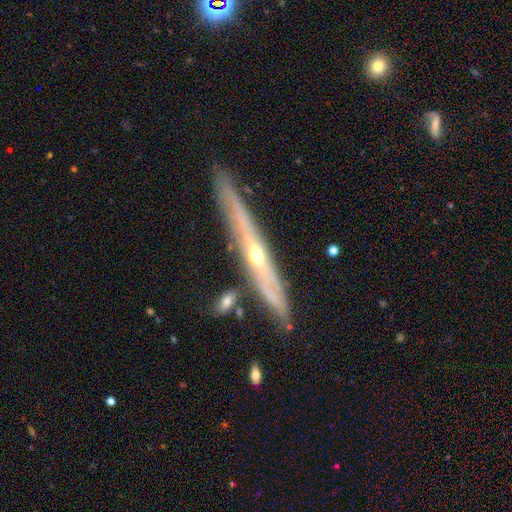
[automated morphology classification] Smooth or featured? featured or disk (78%)
Edge-on disk? yes (85%)
Edge-on bulge? rounded (71%)
Merging? none (81%)